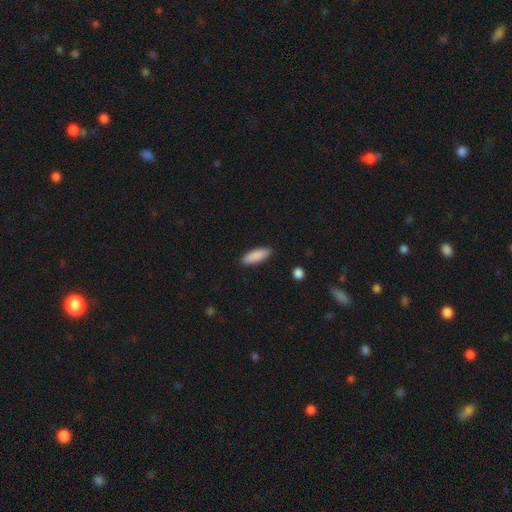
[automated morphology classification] Overall: smooth (89%). How rounded: in between (60%; cigar-shaped 39%). Merging: none (88%).